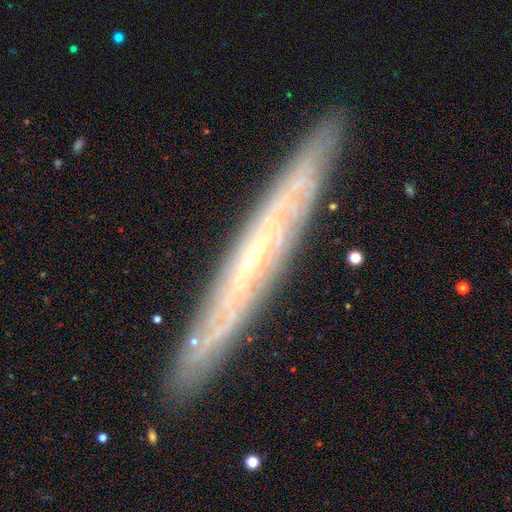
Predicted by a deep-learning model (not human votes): smooth_or_featured: featured or disk (p=0.78) [alt: smooth p=0.15]
disk_edge_on: yes (p=0.73) [alt: no p=0.27]
edge_on_bulge: none (p=0.58) [alt: rounded p=0.39]
merging: none (p=0.88) [alt: minor disturbance p=0.09]